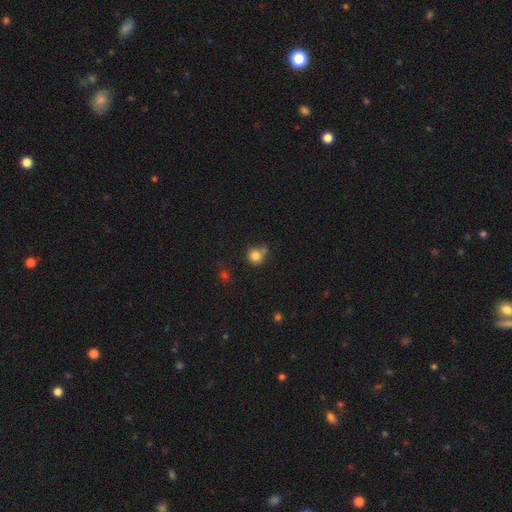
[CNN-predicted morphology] This appears to be a smooth galaxy with no disk features (82%) that is round (89%). Merging: none (61%).